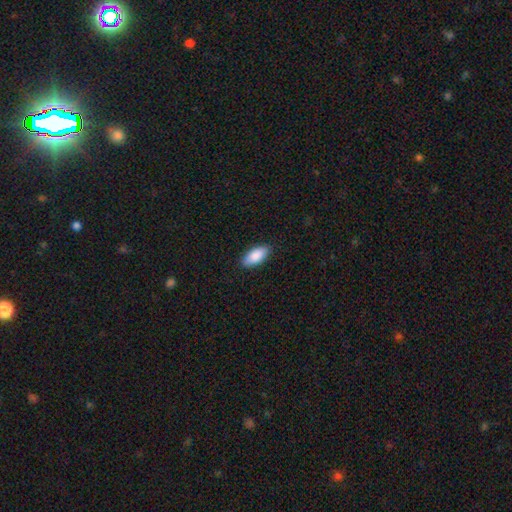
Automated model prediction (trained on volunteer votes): smooth-or-featured: smooth: 88% | featured or disk: 6% | star or artifact: 6%
  how-rounded: in between: 89% | cigar-shaped: 9% | round: 2%
  merging: none: 88% | minor disturbance: 10% | major disturbance: 2% | merger: 1%